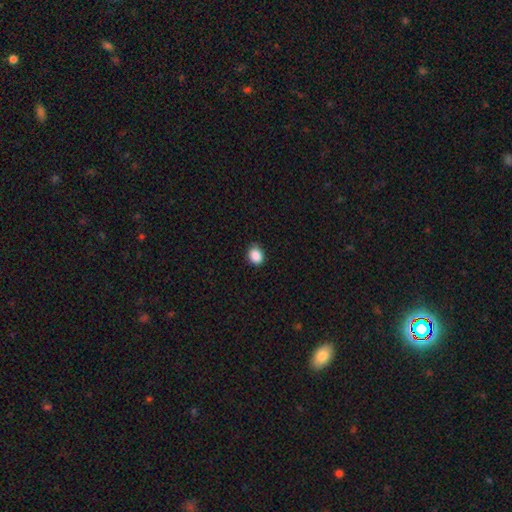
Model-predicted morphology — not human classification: The model was most divided on "how rounded": round: 50%, in between: 49%, cigar-shaped: 1%. More confident: smooth or featured — smooth (89%); merging — none (83%).